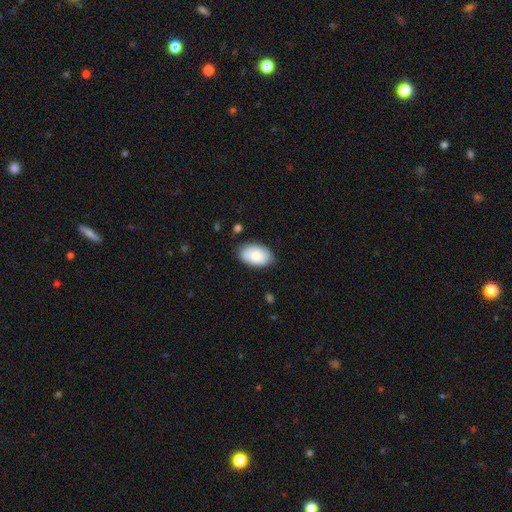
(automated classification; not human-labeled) smooth-or-featured: smooth: 81% | featured or disk: 12% | star or artifact: 6%
  how-rounded: in between: 93% | round: 6% | cigar-shaped: 1%
  merging: none: 81% | minor disturbance: 15% | major disturbance: 3% | merger: 1%